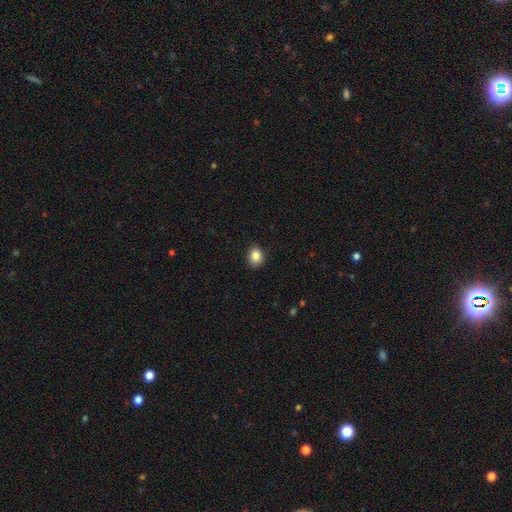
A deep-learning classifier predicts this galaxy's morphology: Smooth or featured? smooth (86%)
How rounded? round (52%)
Merging? none (88%)